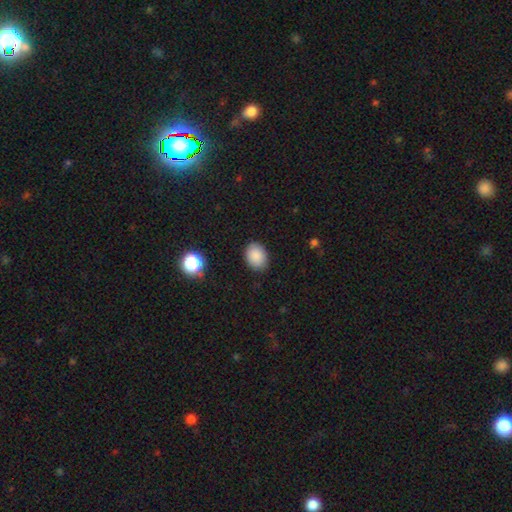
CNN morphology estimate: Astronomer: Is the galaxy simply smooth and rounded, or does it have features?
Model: smooth — 88%.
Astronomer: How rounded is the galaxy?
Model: in between — 68%.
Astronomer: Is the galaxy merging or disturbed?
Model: none — 86%.